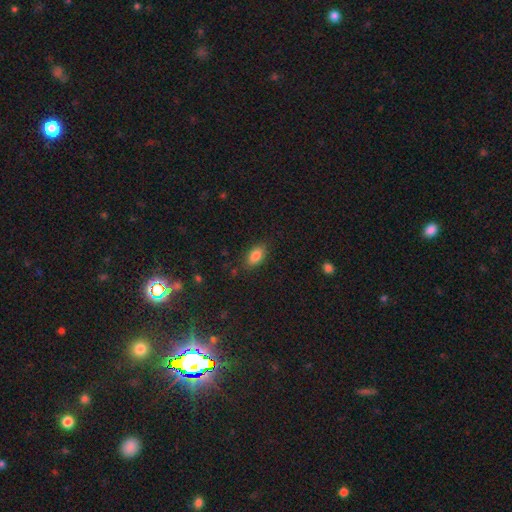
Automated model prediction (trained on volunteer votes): Smooth or featured?
  - smooth: 84% *
  - star or artifact: 9%
  - featured or disk: 7%
How rounded?
  - in between: 89% *
  - round: 6%
  - cigar-shaped: 5%
Merging?
  - none: 83% *
  - minor disturbance: 13%
  - major disturbance: 3%
  - merger: 1%